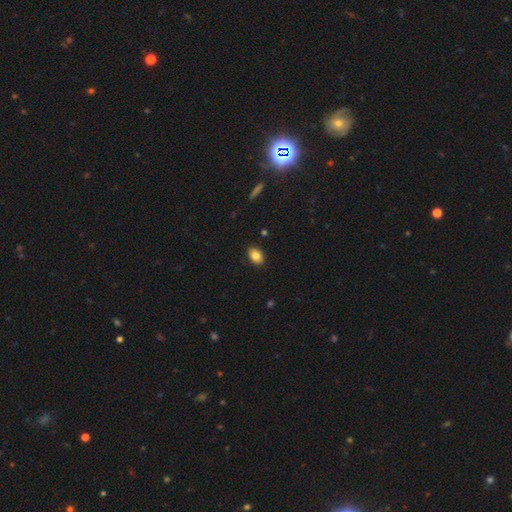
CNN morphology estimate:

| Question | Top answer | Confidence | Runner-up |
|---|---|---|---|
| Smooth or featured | smooth | 84% | star or artifact (8%) |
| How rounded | in between | 83% | round (15%) |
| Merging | none | 89% | minor disturbance (8%) |